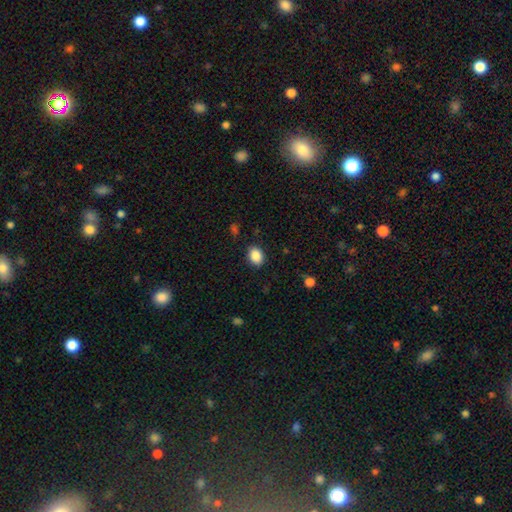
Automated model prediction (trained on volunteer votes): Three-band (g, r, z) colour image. It shows a smooth galaxy with no disk features (88%) that is in between round and cigar-shaped (70%). Merging: none (87%).